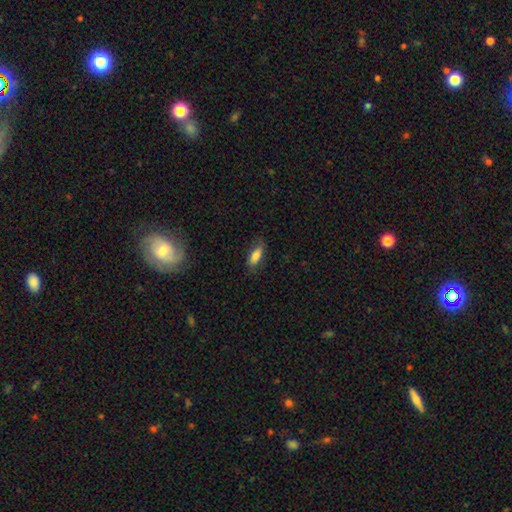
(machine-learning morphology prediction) Smooth or featured? smooth (77%)
How rounded? in between (73%)
Merging? none (73%)